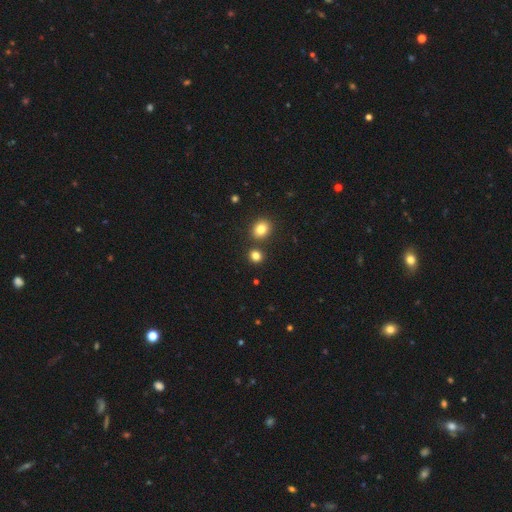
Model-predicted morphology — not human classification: smooth-or-featured: smooth: 82% | star or artifact: 13% | featured or disk: 5%
  how-rounded: round: 75% | in between: 24% | cigar-shaped: 1%
  merging: none: 78% | merger: 12% | minor disturbance: 7% | major disturbance: 3%